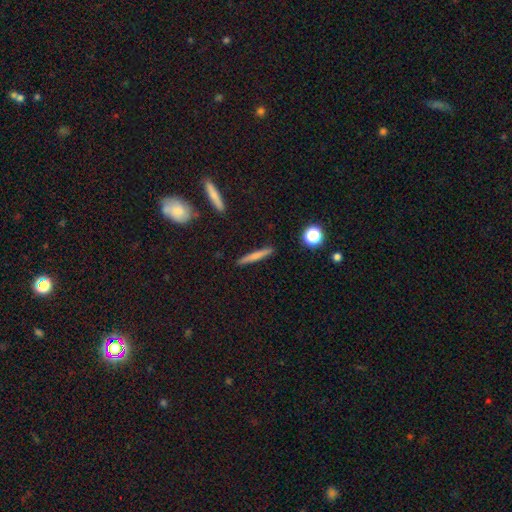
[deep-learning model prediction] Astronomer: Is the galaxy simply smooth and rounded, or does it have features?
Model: smooth — 66%.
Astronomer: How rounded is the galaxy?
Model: cigar-shaped — 94%.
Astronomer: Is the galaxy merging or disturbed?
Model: none — 91%.